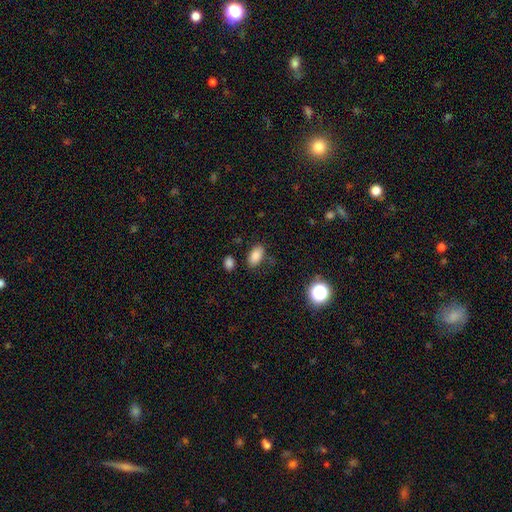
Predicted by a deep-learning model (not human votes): Overall: smooth (85%). How rounded: in between (92%). Merging: none (80%).